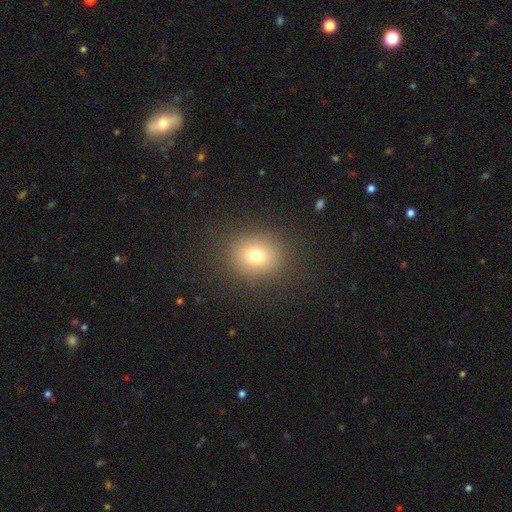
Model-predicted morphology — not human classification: type=smooth (75%); roundness=round (69%); merging=none (87%).